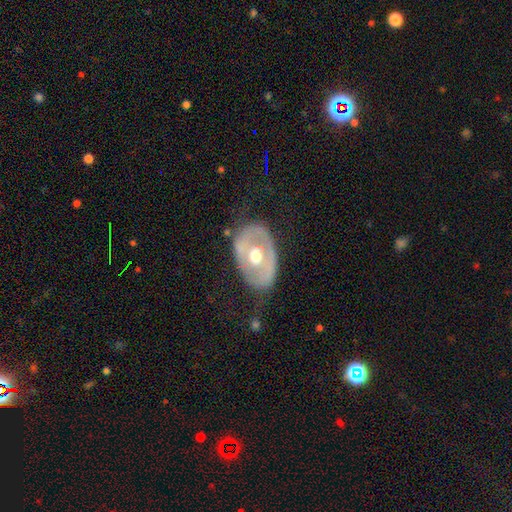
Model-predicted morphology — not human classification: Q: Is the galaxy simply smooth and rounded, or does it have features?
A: featured or disk — 61%.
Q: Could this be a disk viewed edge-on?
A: no — 91%.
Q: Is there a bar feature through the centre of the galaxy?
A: no — 80%.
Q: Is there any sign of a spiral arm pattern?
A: no — 81%.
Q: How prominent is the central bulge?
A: moderate — 75%.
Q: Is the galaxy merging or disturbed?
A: none — 68%.